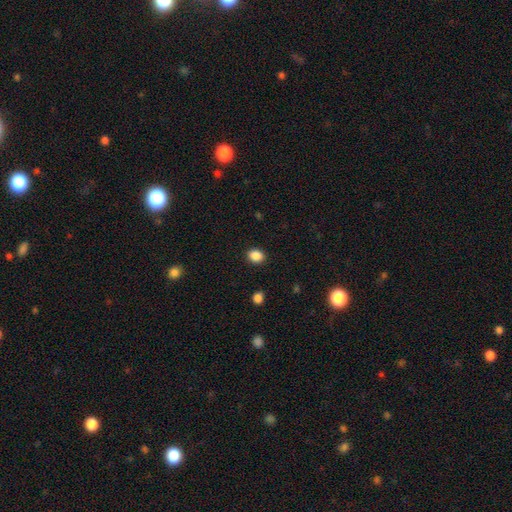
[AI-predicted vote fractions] This is clearly a smooth galaxy (87%). How rounded: likely round (61%). Merging: clearly none (91%).